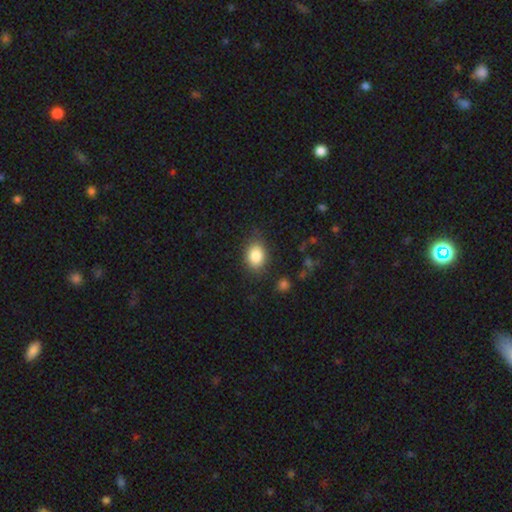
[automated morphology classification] The model was most divided on "how rounded": in between: 69%, round: 30%, cigar-shaped: 1%. More confident: smooth or featured — smooth (85%); merging — none (82%).